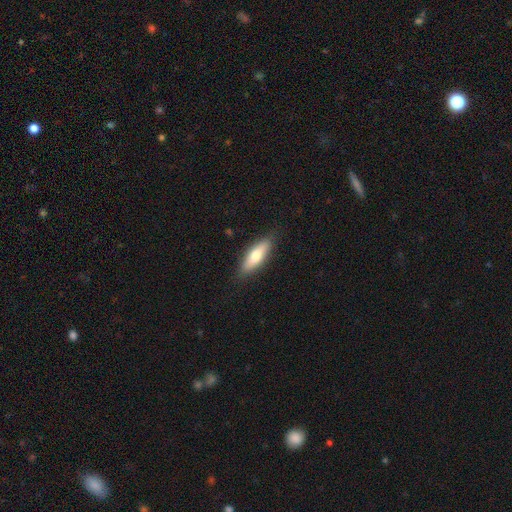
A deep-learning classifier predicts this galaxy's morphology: This is likely a smooth galaxy (66%). How rounded: possibly in between (50%). Merging: clearly none (85%).